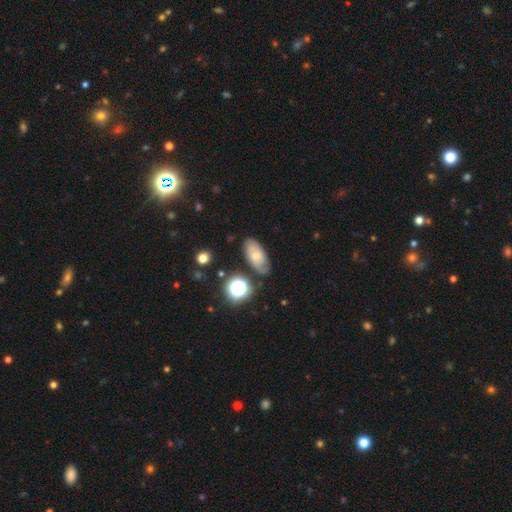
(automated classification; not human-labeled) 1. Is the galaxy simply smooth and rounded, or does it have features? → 50% smooth, 38% featured or disk, 11% star or artifact.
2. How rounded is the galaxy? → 87% in between, 7% round, 6% cigar-shaped.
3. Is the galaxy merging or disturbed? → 68% none, 22% minor disturbance, 6% major disturbance, 4% merger.